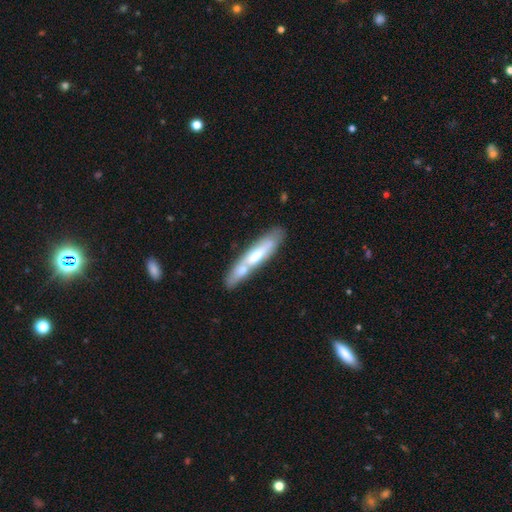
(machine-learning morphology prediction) Smooth or featured? featured or disk (49%)
Merging? none (55%)